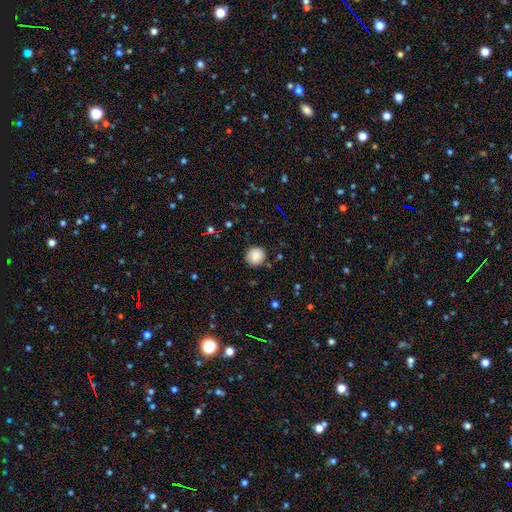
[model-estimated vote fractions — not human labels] Overall: smooth (86%). How rounded: round (93%). Merging: none (88%).